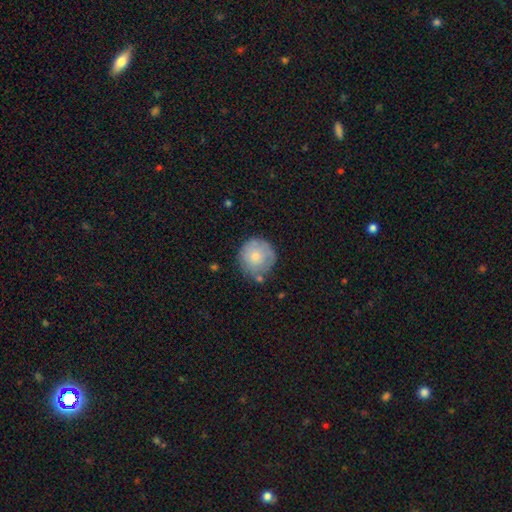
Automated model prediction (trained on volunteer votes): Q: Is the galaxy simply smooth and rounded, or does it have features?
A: smooth — 73%.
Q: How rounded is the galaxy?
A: round — 93%.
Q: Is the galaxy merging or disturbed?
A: none — 70%.